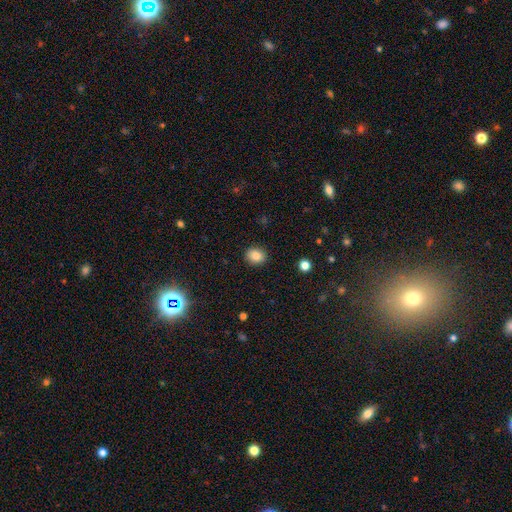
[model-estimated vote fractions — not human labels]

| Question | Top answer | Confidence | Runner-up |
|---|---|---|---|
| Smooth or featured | smooth | 85% | star or artifact (10%) |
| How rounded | round | 61% | in between (38%) |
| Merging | none | 90% | minor disturbance (7%) |